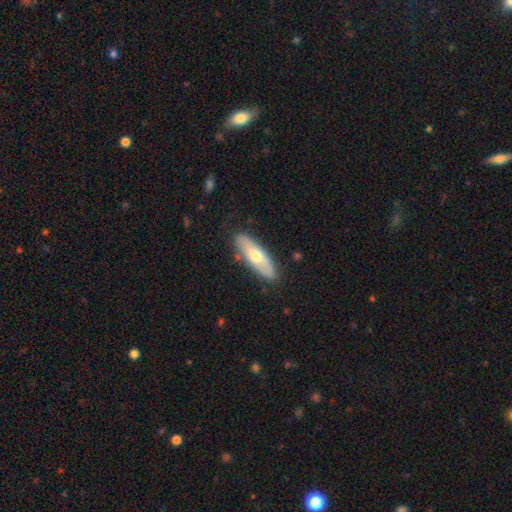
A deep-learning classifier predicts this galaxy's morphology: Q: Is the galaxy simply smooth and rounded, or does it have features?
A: smooth — 59%.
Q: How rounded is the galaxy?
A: in between — 57%.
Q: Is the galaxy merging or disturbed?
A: none — 85%.